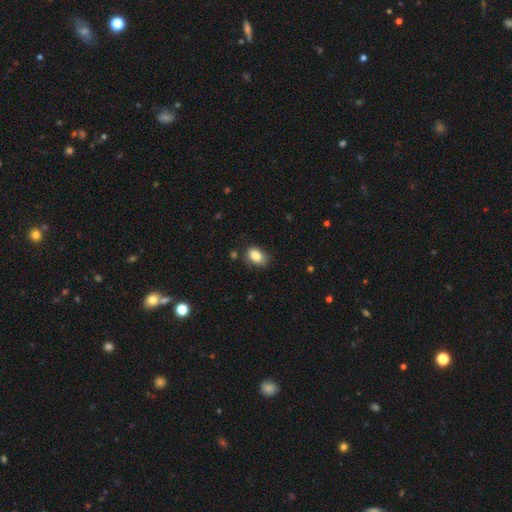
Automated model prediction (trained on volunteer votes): The model was most divided on "merging": none: 74%, minor disturbance: 19%, major disturbance: 4%, merger: 2%. More confident: smooth or featured — smooth (85%); how rounded — in between (79%).